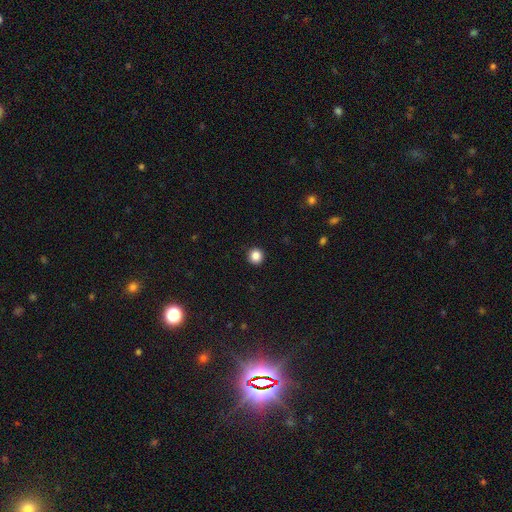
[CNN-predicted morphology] Overall: smooth (86%). How rounded: round (94%). Merging: none (93%).